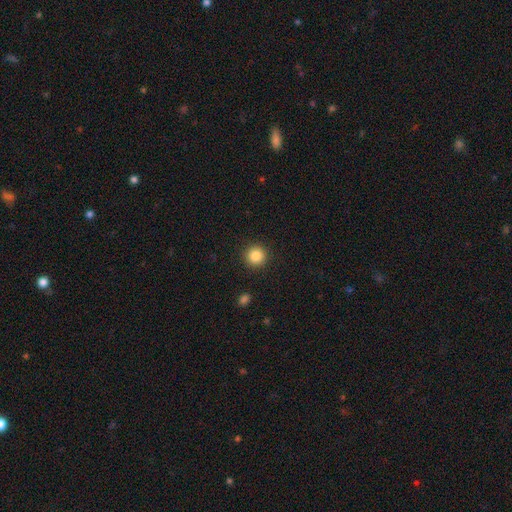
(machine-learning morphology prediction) A smooth galaxy with no disk features (86%) that is round (94%). Merging: none (92%).